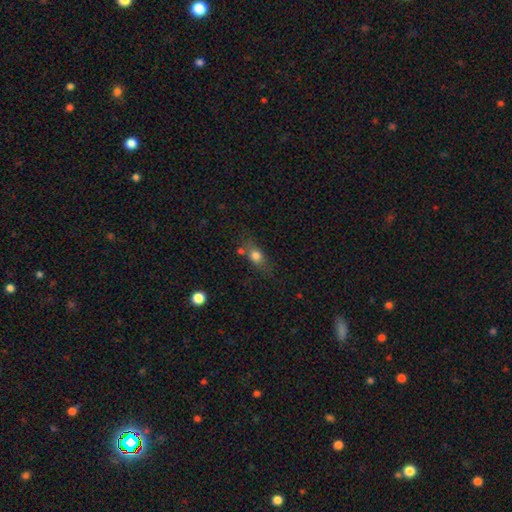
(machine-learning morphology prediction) The model was most divided on "how rounded": in between: 60%, round: 27%, cigar-shaped: 13%. More confident: smooth or featured — smooth (72%); merging — none (58%).